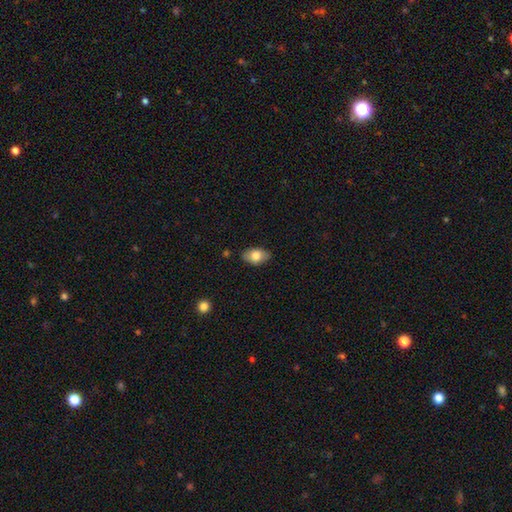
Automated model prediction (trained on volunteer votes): smooth_or_featured: smooth (p=0.78) [alt: featured or disk p=0.15]
how_rounded: in between (p=0.90) [alt: round p=0.08]
merging: none (p=0.84) [alt: minor disturbance p=0.12]